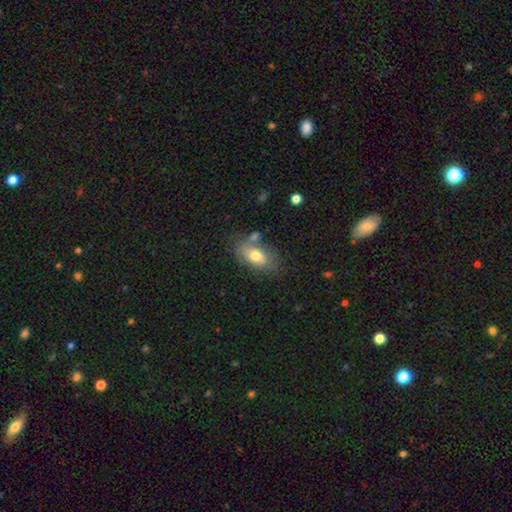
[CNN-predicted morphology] Smooth or featured?
  - smooth: 74% *
  - featured or disk: 19%
  - star or artifact: 7%
How rounded?
  - in between: 90% *
  - round: 6%
  - cigar-shaped: 4%
Merging?
  - none: 61% *
  - minor disturbance: 19%
  - merger: 12%
  - major disturbance: 7%